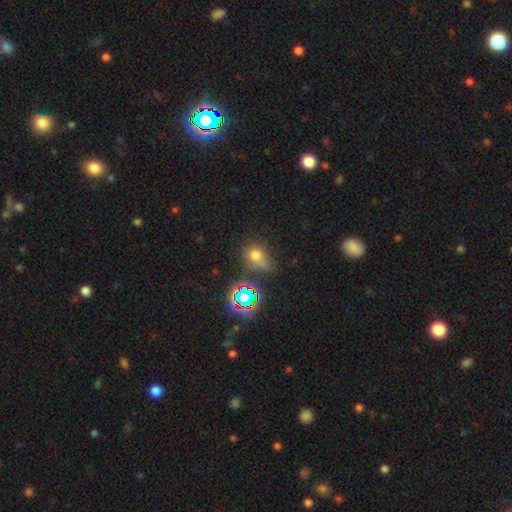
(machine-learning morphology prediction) Smooth or featured? Predicted: smooth (p=0.61). How rounded? Predicted: round (p=0.63). Merging? Predicted: none (p=0.54).